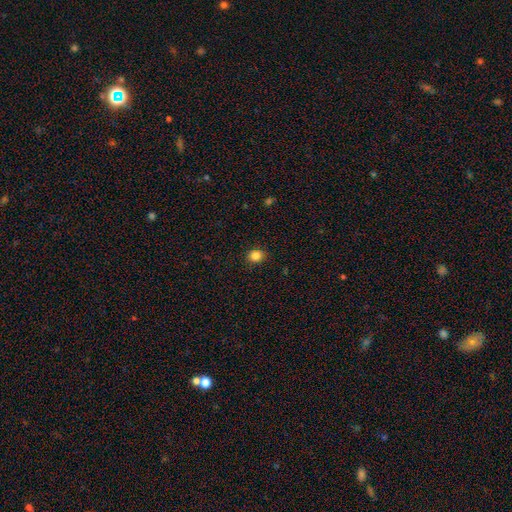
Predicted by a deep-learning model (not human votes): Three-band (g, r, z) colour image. It shows a smooth galaxy with no disk features (84%) that is round (71%). Merging: none (90%).